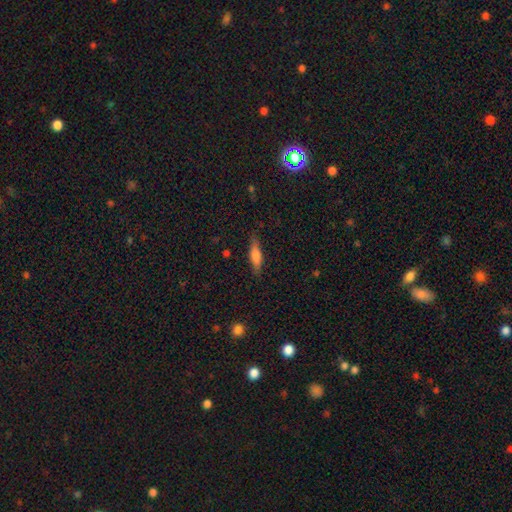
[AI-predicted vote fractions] This is likely a smooth galaxy (65%). How rounded: likely cigar-shaped (65%). Merging: clearly none (81%).